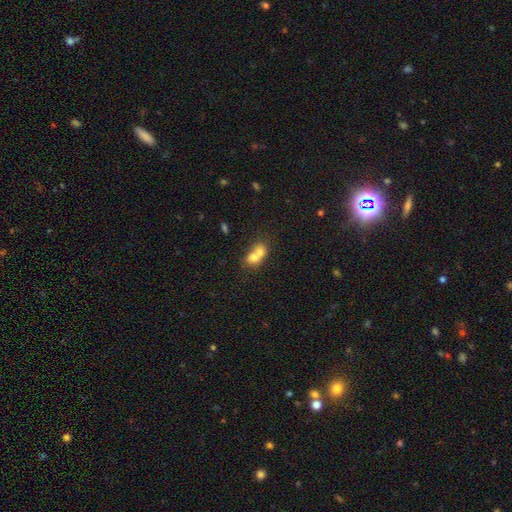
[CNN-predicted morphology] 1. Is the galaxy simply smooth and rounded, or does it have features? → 69% smooth, 21% featured or disk, 10% star or artifact.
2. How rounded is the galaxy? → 53% round, 46% in between, 2% cigar-shaped.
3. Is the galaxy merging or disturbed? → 72% merger, 20% none, 5% minor disturbance, 3% major disturbance.